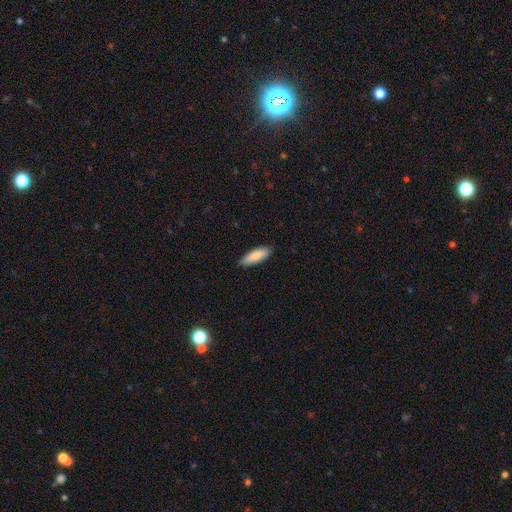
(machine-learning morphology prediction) Overall: smooth (85%). How rounded: in between (54%; cigar-shaped 44%). Merging: none (87%).